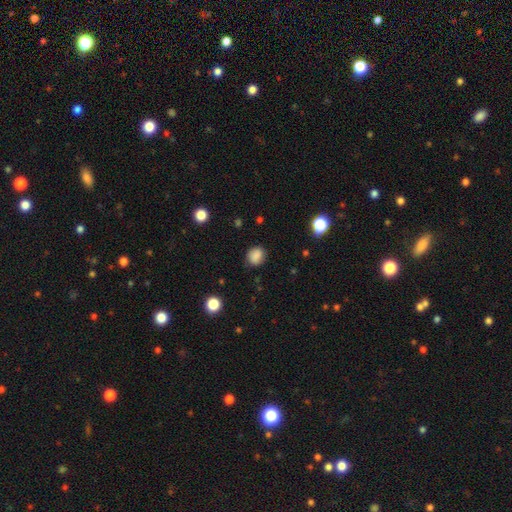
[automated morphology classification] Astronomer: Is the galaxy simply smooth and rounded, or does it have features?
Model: smooth — 85%.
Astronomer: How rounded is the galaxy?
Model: round — 67%.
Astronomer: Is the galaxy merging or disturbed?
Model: none — 81%.